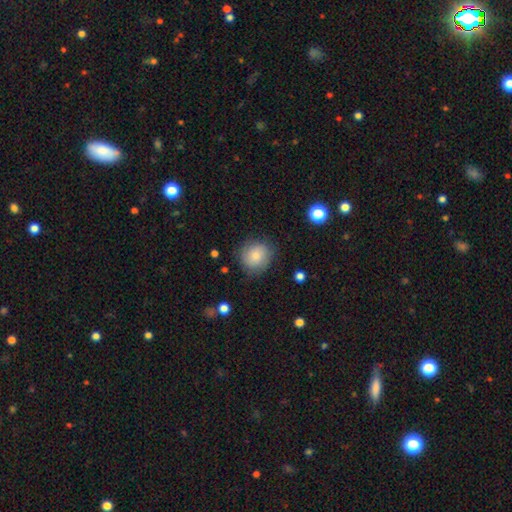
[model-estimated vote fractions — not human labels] A smooth galaxy with no disk features (74%) that is round (84%).

Vote fractions:
- Smooth or featured? smooth: 74% / featured or disk: 18% / star or artifact: 8%
- How rounded? round: 84% / in between: 15% / cigar-shaped: 1%
- Merging? none: 78% / minor disturbance: 16% / major disturbance: 5% / merger: 1%